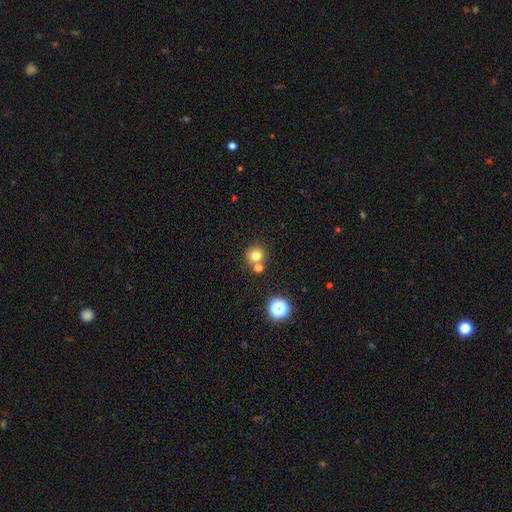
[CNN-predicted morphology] smooth-or-featured: smooth: 76% | star or artifact: 15% | featured or disk: 9%
  how-rounded: round: 90% | in between: 9% | cigar-shaped: 1%
  merging: none: 65% | merger: 24% | minor disturbance: 8% | major disturbance: 3%